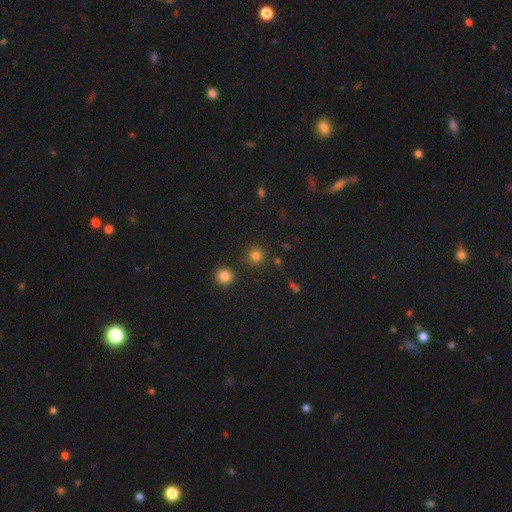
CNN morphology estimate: Smooth or featured: smooth — 80% (star or artifact — 15%)
How rounded: round — 93% (in between — 6%)
Merging: none — 87% (minor disturbance — 6%)